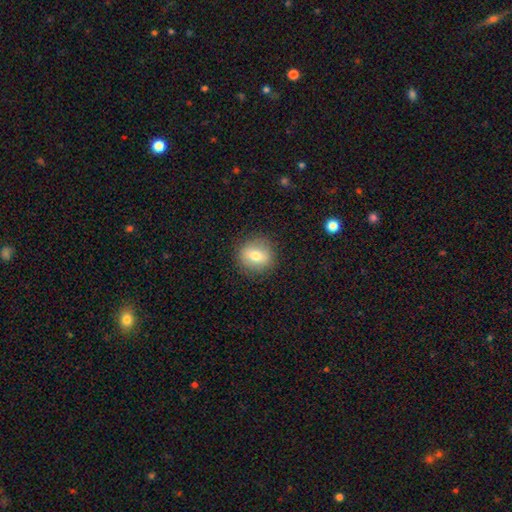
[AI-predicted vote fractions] Smooth or featured? Predicted: smooth (p=0.69). How rounded? Predicted: round (p=0.79). Merging? Predicted: none (p=0.87).